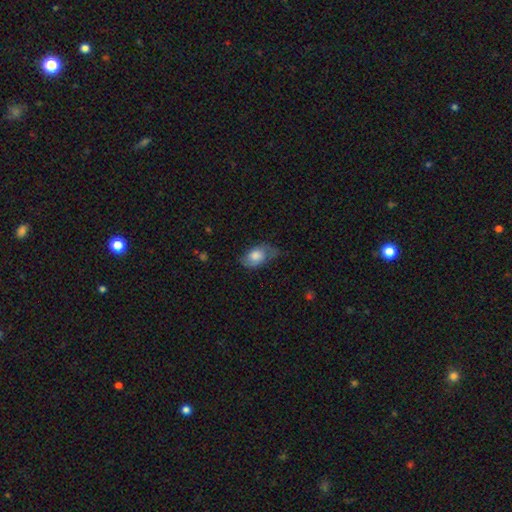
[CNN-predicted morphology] Smooth or featured: smooth — 64% (featured or disk — 28%)
How rounded: in between — 86% (round — 11%)
Merging: none — 47% (minor disturbance — 34%)